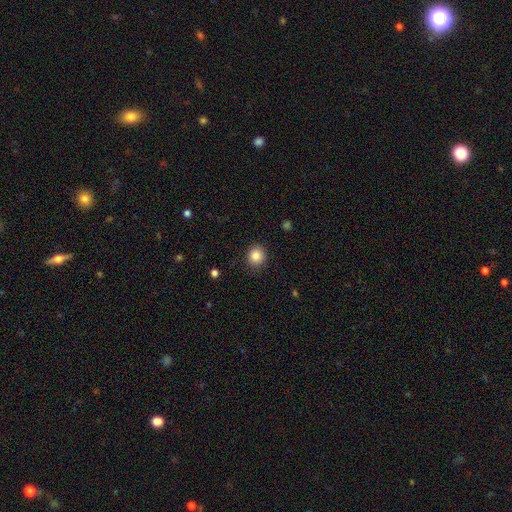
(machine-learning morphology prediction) type=smooth (86%); roundness=round (87%); merging=none (88%).